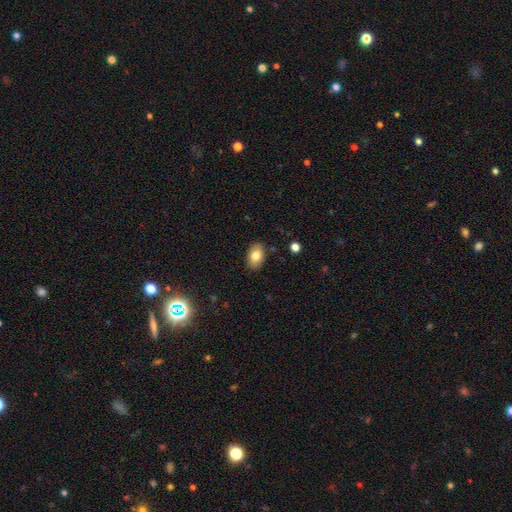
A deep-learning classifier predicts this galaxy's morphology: type=smooth (80%); roundness=in between (87%); merging=none (87%).